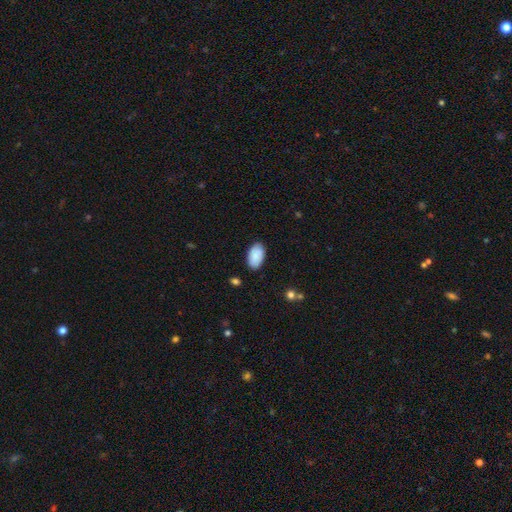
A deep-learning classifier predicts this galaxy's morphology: Smooth or featured? smooth (88%)
How rounded? in between (95%)
Merging? none (85%)